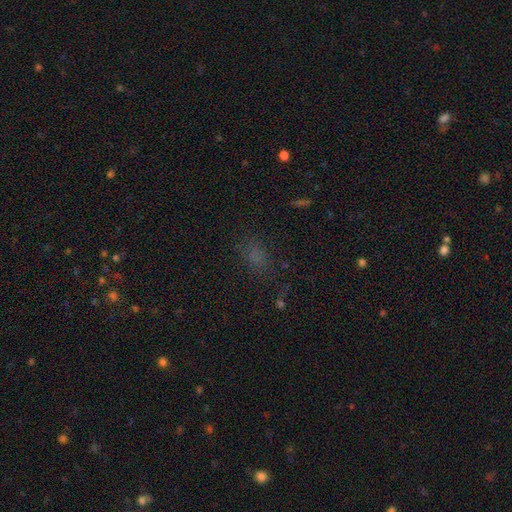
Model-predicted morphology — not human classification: Smooth or featured? Predicted: smooth (p=0.64). How rounded? Predicted: in between (p=0.75). Merging? Predicted: none (p=0.71).